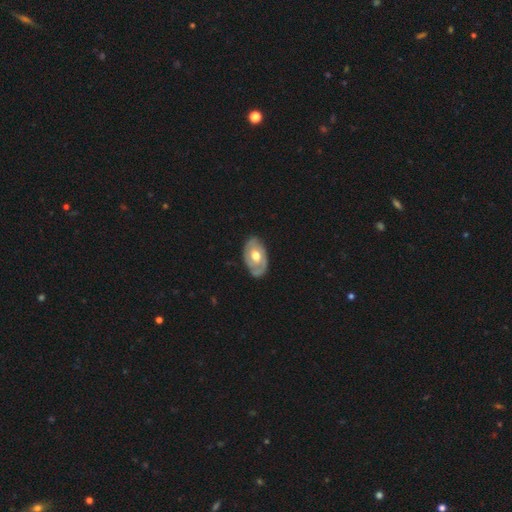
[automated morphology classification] A featured or disk galaxy (65%) with no bar (79%), spiral arms (55%) and a moderate central bulge (70%).

Vote fractions:
- Smooth or featured? featured or disk: 65% / smooth: 30% / star or artifact: 4%
- Edge-on disk? no: 92% / yes: 8%
- Bar? no: 79% / weak: 17% / strong: 4%
- Spiral arms? yes: 55% / no: 45%
- Bulge size? moderate: 70% / large: 22% / small: 6% / dominant: 1% / none: 1%
- Merging? none: 73% / minor disturbance: 21% / major disturbance: 5% / merger: 1%